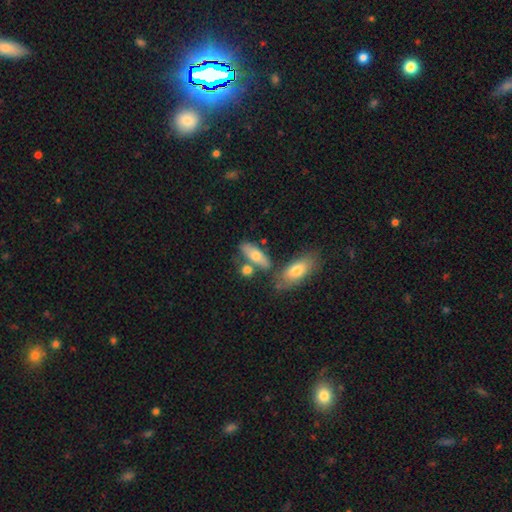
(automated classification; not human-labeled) smooth-or-featured: smooth: 66% | featured or disk: 27% | star or artifact: 7%
  how-rounded: in between: 67% | cigar-shaped: 28% | round: 5%
  merging: none: 59% | merger: 22% | minor disturbance: 15% | major disturbance: 5%